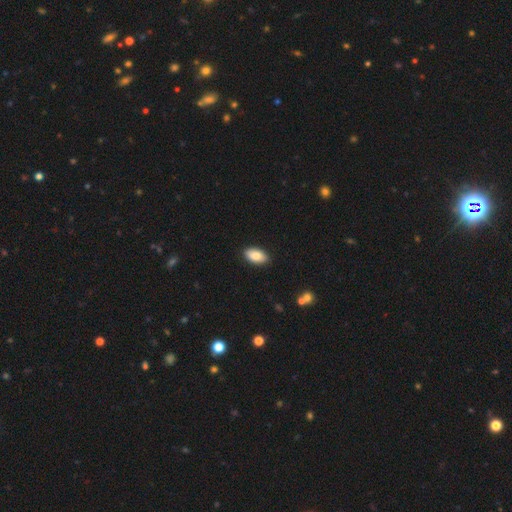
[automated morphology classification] Overall: smooth (85%). How rounded: in between (94%). Merging: none (89%).